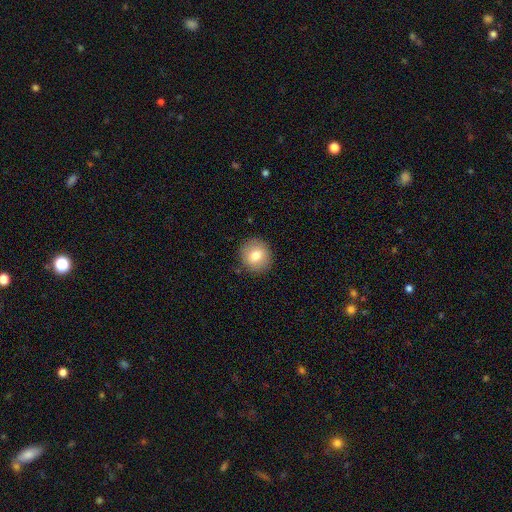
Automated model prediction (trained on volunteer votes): Smooth or featured? smooth (78%)
How rounded? round (89%)
Merging? none (90%)